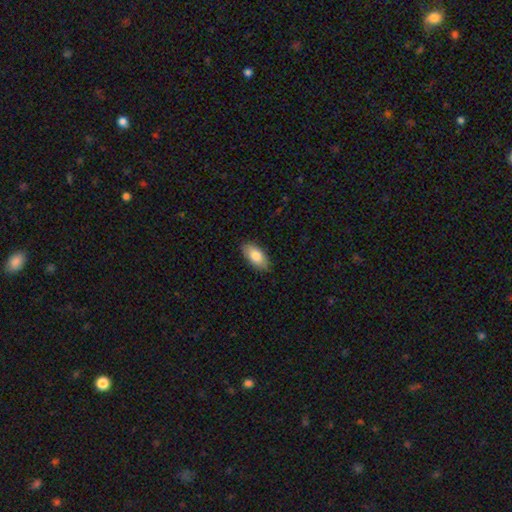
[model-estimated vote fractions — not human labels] Morphology: type=smooth (82%); roundness=in between (93%); merging=none (86%).